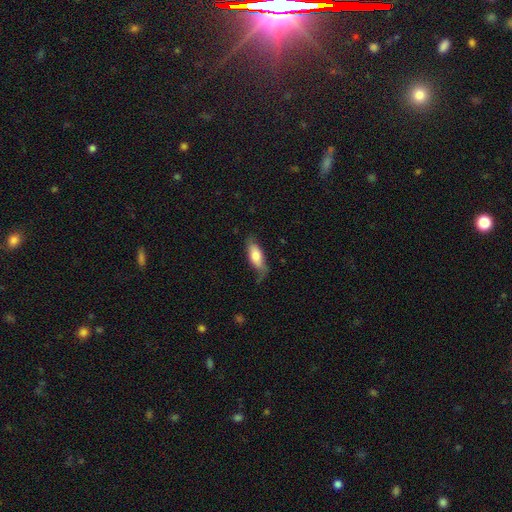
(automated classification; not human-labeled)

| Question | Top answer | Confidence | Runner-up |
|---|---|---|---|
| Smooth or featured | smooth | 70% | featured or disk (24%) |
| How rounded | in between | 70% | cigar-shaped (28%) |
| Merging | none | 57% | minor disturbance (31%) |